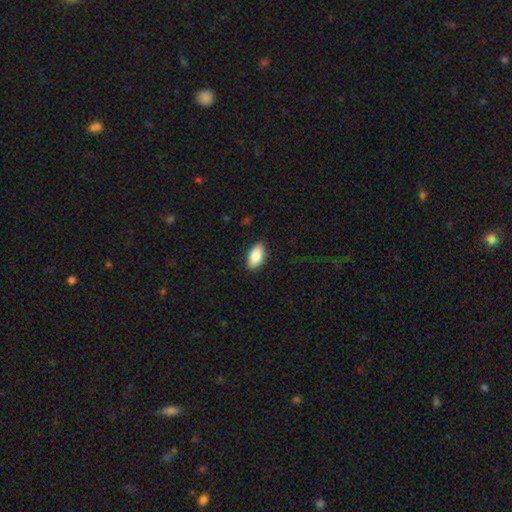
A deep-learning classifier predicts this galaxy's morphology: Smooth or featured? Predicted: smooth (p=0.86). How rounded? Predicted: in between (p=0.92). Merging? Predicted: none (p=0.89).